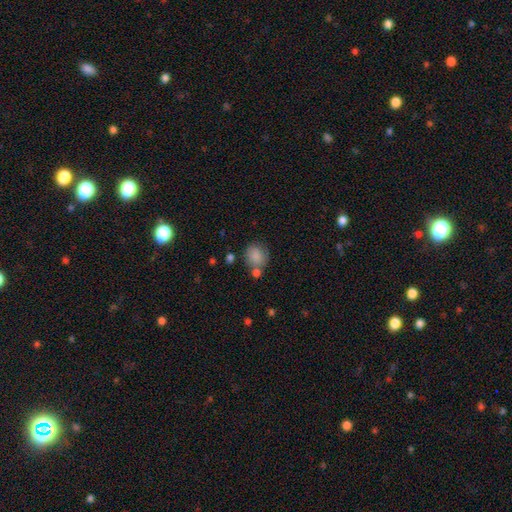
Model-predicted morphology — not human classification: type=smooth (84%); roundness=round (76%); merging=none (60%).